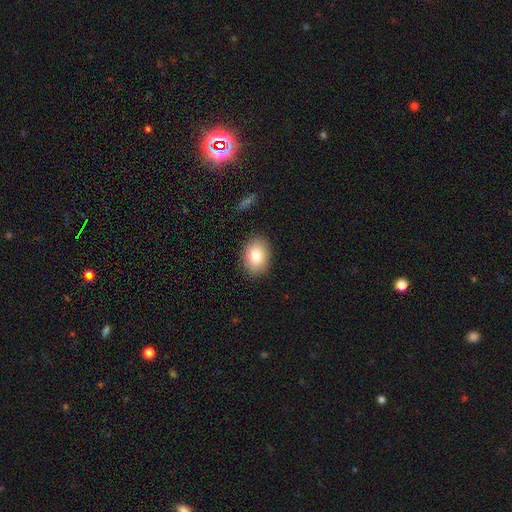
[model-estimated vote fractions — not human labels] This is clearly a smooth galaxy (82%). How rounded: likely in between (74%). Merging: clearly none (88%).